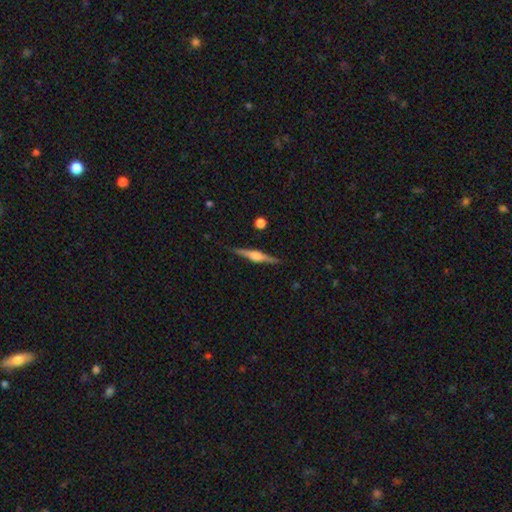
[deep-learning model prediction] Smooth or featured?
  - featured or disk: 77% *
  - smooth: 17%
  - star or artifact: 6%
Edge-on disk?
  - yes: 98% *
  - no: 2%
Edge-on bulge?
  - rounded: 80% *
  - boxy: 17%
  - none: 4%
Merging?
  - none: 89% *
  - minor disturbance: 8%
  - major disturbance: 2%
  - merger: 1%